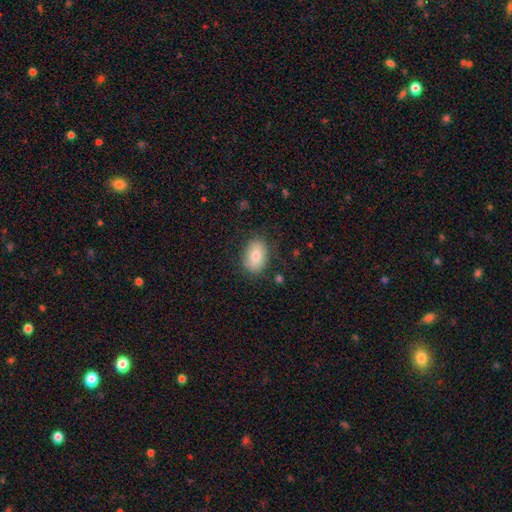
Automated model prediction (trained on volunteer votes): A smooth galaxy with no disk features (80%) that is in between round and cigar-shaped (83%).

Vote fractions:
- Smooth or featured? smooth: 80% / featured or disk: 12% / star or artifact: 8%
- How rounded? in between: 83% / round: 15% / cigar-shaped: 1%
- Merging? none: 82% / minor disturbance: 13% / major disturbance: 4% / merger: 1%